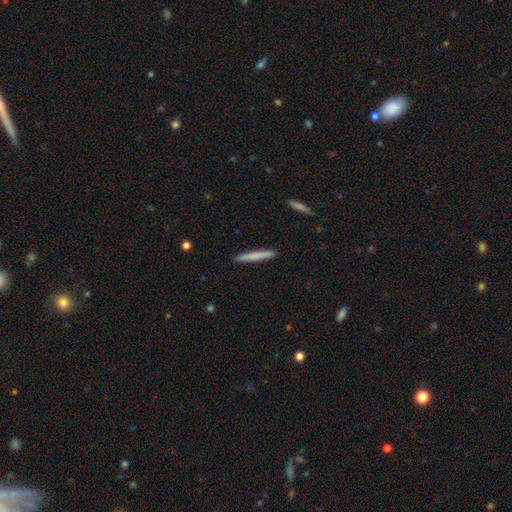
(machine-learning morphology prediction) type=smooth (72%); roundness=cigar-shaped (97%); merging=none (93%).